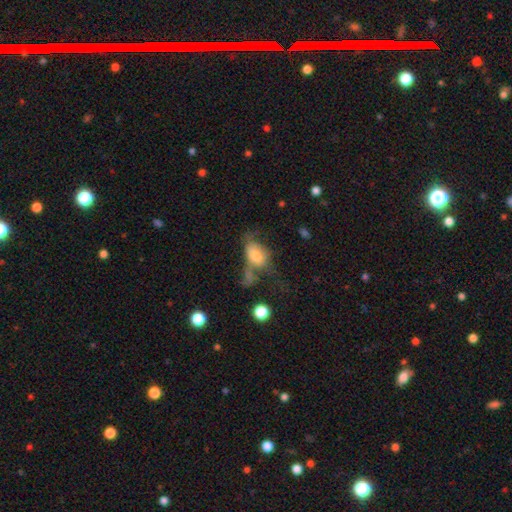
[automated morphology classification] Smooth or featured: smooth — 65% (featured or disk — 25%)
How rounded: in between — 84% (round — 14%)
Merging: major disturbance — 34% (merger — 28%)